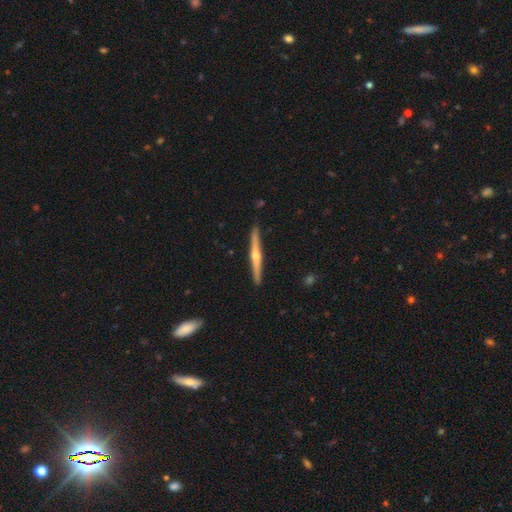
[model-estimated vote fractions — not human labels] Q: Smooth or featured?
A: featured or disk (75%); runner-up: smooth (20%)
Q: Edge-on disk?
A: yes (98%); runner-up: no (2%)
Q: Edge-on bulge?
A: rounded (91%); runner-up: none (6%)
Q: Merging?
A: none (92%); runner-up: minor disturbance (6%)